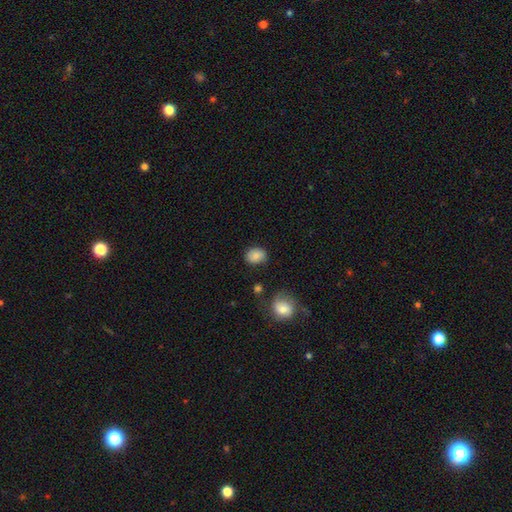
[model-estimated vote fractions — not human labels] Smooth or featured? smooth (82%)
How rounded? in between (59%)
Merging? none (80%)